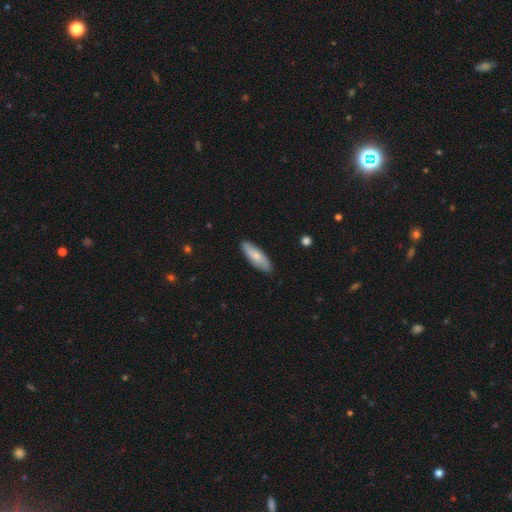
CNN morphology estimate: Smooth or featured?
  - smooth: 72% *
  - featured or disk: 23%
  - star or artifact: 5%
How rounded?
  - in between: 60% *
  - cigar-shaped: 38%
  - round: 2%
Merging?
  - none: 86% *
  - minor disturbance: 11%
  - major disturbance: 2%
  - merger: 1%